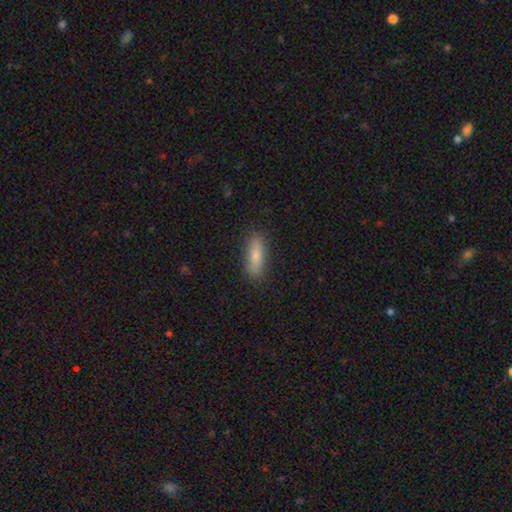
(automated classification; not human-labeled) This appears to be a smooth galaxy with no disk features (78%) that is in between round and cigar-shaped (50%). Merging: none (86%).